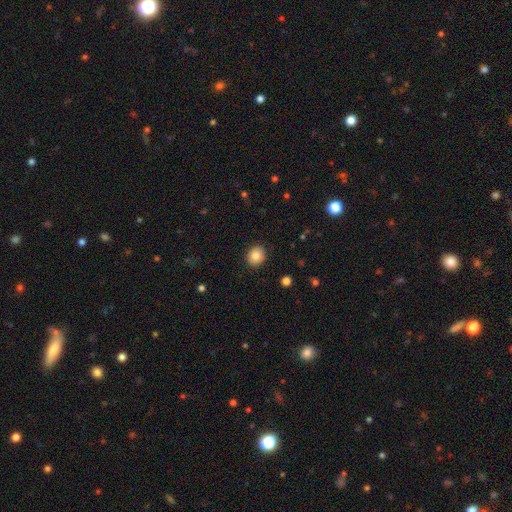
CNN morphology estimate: This appears to be a smooth galaxy with no disk features (83%) that is round (78%). Merging: none (91%).